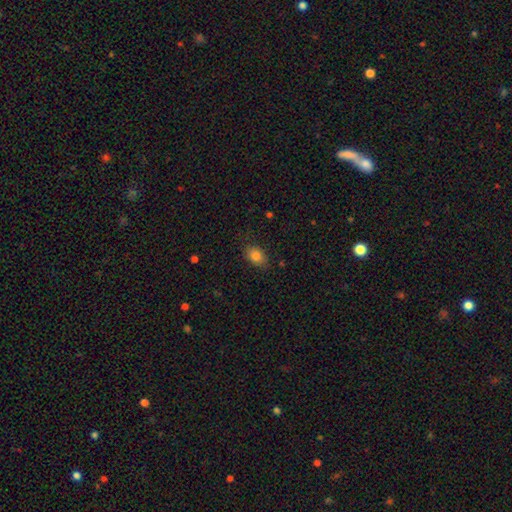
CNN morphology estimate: Smooth or featured: smooth — 82% (star or artifact — 10%)
How rounded: in between — 79% (round — 19%)
Merging: none — 80% (minor disturbance — 15%)